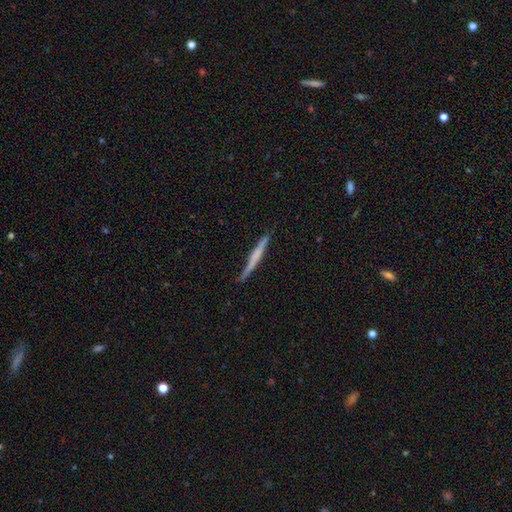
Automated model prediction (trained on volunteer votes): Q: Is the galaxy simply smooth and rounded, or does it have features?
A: featured or disk — 51%.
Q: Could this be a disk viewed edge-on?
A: yes — 96%.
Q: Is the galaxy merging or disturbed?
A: none — 77%.